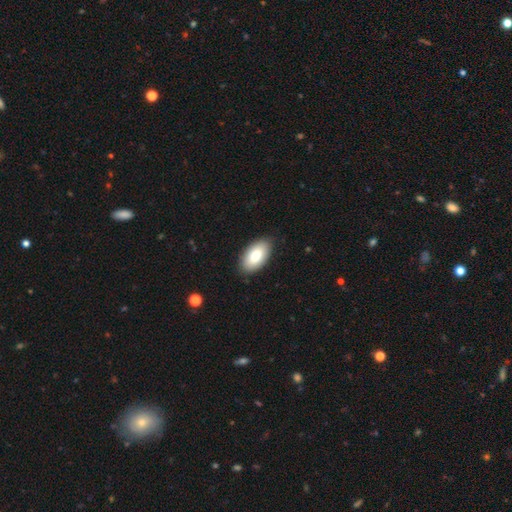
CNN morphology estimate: Q: Smooth or featured?
A: smooth (80%); runner-up: featured or disk (14%)
Q: How rounded?
A: in between (95%); runner-up: round (3%)
Q: Merging?
A: none (87%); runner-up: minor disturbance (10%)